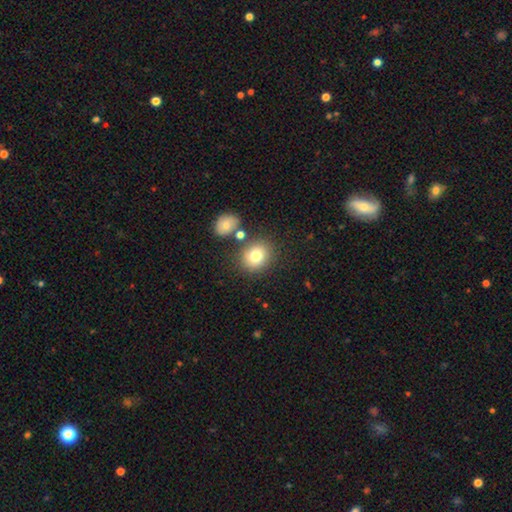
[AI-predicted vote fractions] Smooth or featured? Predicted: smooth (p=0.78). How rounded? Predicted: round (p=0.73). Merging? Predicted: none (p=0.75).